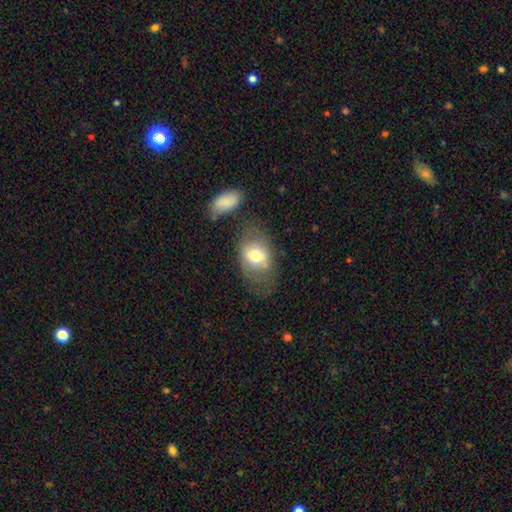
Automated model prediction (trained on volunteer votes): Smooth or featured? Predicted: smooth (p=0.63). How rounded? Predicted: in between (p=0.78). Merging? Predicted: none (p=0.52).